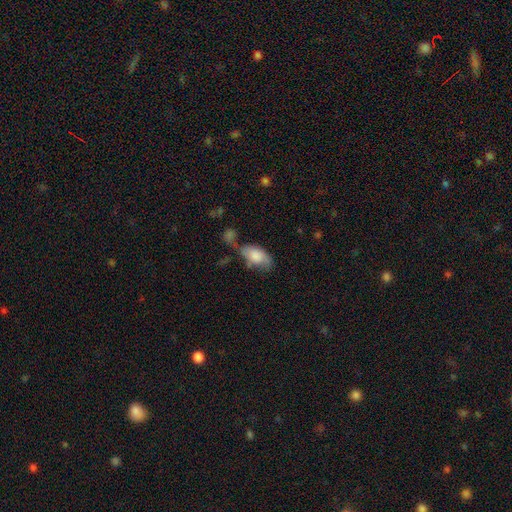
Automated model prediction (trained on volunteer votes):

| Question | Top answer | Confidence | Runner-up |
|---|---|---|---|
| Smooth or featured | smooth | 70% | featured or disk (23%) |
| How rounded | in between | 92% | round (5%) |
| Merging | none | 38% | minor disturbance (27%) |